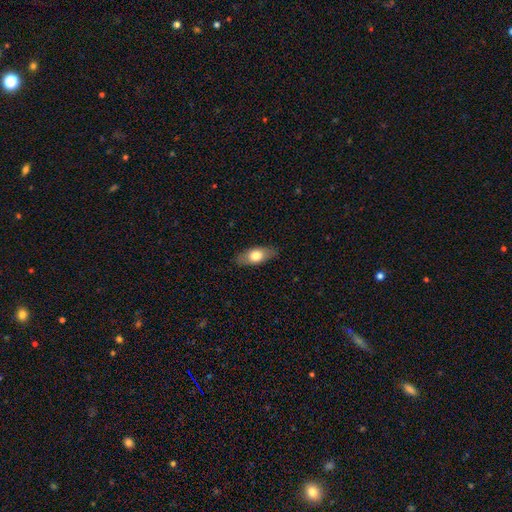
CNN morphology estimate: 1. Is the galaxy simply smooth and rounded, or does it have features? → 69% smooth, 25% featured or disk, 6% star or artifact.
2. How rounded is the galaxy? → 80% in between, 14% cigar-shaped, 6% round.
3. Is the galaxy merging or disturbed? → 84% none, 12% minor disturbance, 3% major disturbance, 1% merger.